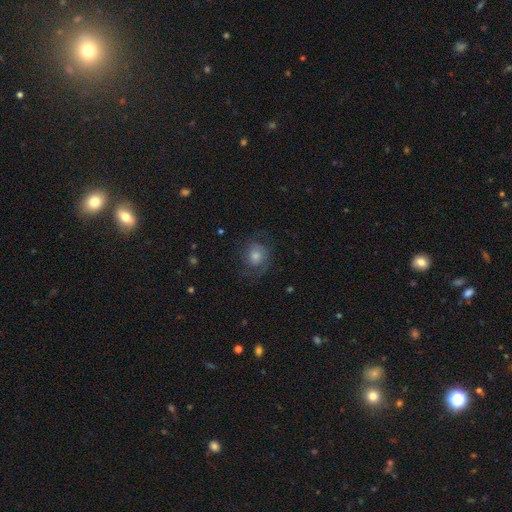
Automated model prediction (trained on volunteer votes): smooth_or_featured: featured or disk (p=0.58) [alt: smooth p=0.29]
disk_edge_on: no (p=0.97) [alt: yes p=0.03]
bar: no (p=0.75) [alt: weak p=0.21]
has_spiral_arms: yes (p=0.89) [alt: no p=0.11]
bulge_size: moderate (p=0.49) [alt: small p=0.29]
merging: none (p=0.72) [alt: minor disturbance p=0.15]